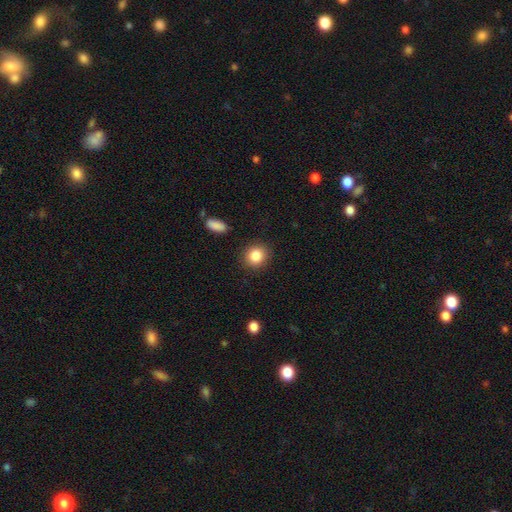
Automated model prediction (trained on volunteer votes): smooth 85%, star or artifact 9%, featured or disk 6%. Down the decision tree: how rounded — round (79%); merging — none (88%).